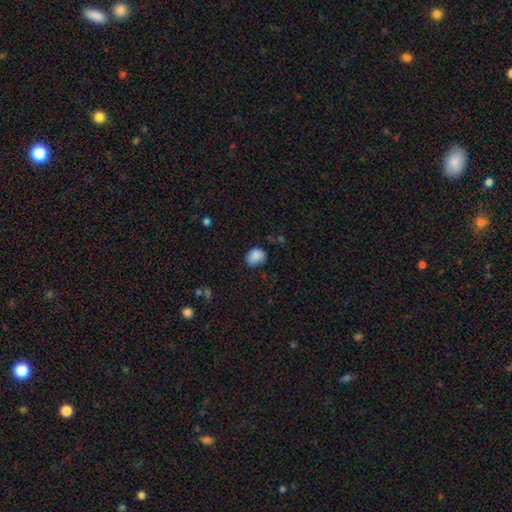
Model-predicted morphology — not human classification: A smooth galaxy with no disk features (86%) that is in between round and cigar-shaped (57%). Merging: none (67%).